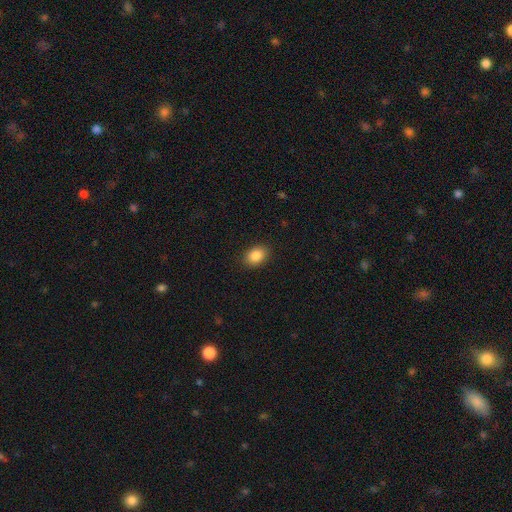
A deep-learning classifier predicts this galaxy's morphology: Q: Smooth or featured?
A: smooth (86%); runner-up: star or artifact (8%)
Q: How rounded?
A: in between (77%); runner-up: round (21%)
Q: Merging?
A: none (88%); runner-up: minor disturbance (8%)